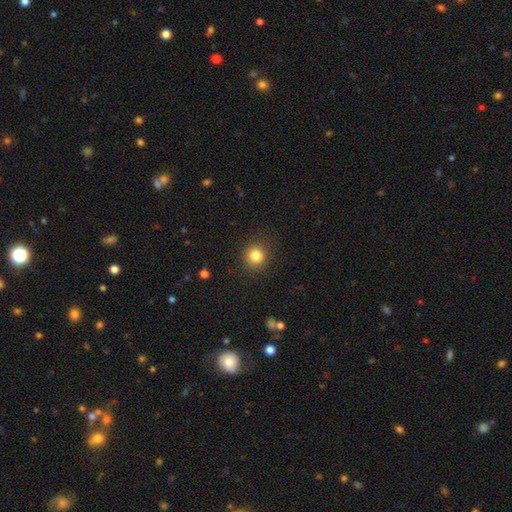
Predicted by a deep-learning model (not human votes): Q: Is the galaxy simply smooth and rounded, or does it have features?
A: smooth — 83%.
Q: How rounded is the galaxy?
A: round — 89%.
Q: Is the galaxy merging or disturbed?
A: none — 89%.